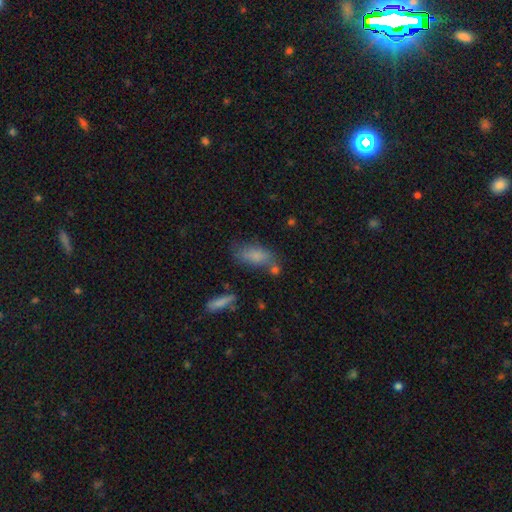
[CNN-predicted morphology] Smooth or featured: smooth — 78% (featured or disk — 13%)
How rounded: in between — 82% (cigar-shaped — 14%)
Merging: none — 54% (minor disturbance — 23%)